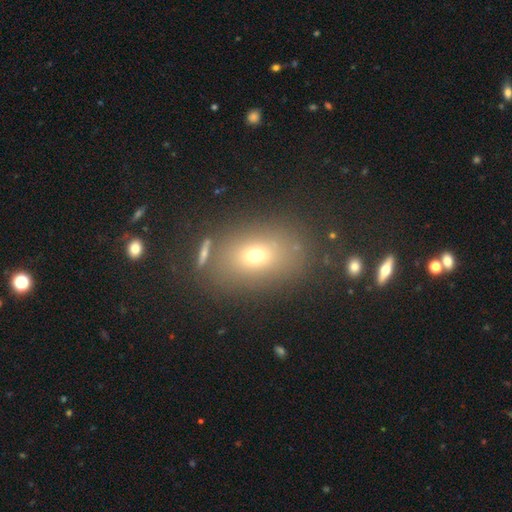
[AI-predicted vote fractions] This appears to be a smooth galaxy with no disk features (63%) that is in between round and cigar-shaped (71%). Merging: none (77%).